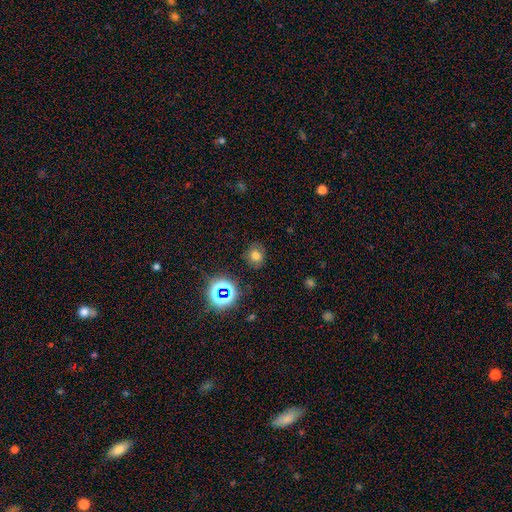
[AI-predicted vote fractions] A smooth galaxy with no disk features (69%) that is round (69%). Merging: none (82%).